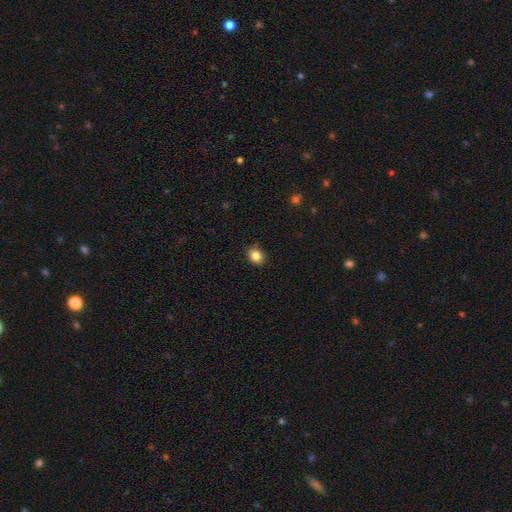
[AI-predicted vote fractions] Smooth or featured? smooth (85%)
How rounded? round (53%)
Merging? none (87%)